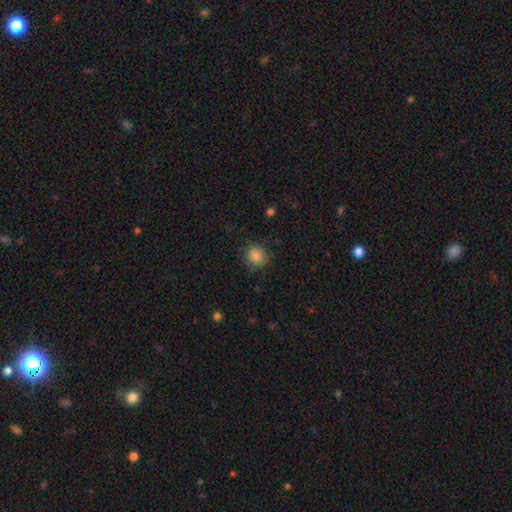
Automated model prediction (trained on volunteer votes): A smooth galaxy with no disk features (85%) that is round (83%).

Vote fractions:
- Smooth or featured? smooth: 85% / star or artifact: 10% / featured or disk: 5%
- How rounded? round: 83% / in between: 16% / cigar-shaped: 1%
- Merging? none: 84% / minor disturbance: 11% / major disturbance: 3% / merger: 1%